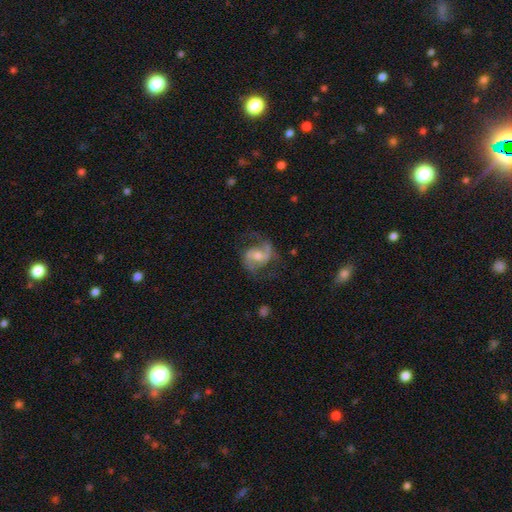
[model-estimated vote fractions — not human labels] Smooth or featured? Predicted: featured or disk (p=0.82). Edge-on disk? Predicted: no (p=0.97). Bar? Predicted: weak (p=0.47). Spiral arms? Predicted: yes (p=0.94). Spiral winding? Predicted: medium (p=0.49). Spiral arm count? Predicted: 2 (p=0.89). Bulge size? Predicted: moderate (p=0.55). Merging? Predicted: none (p=0.66).